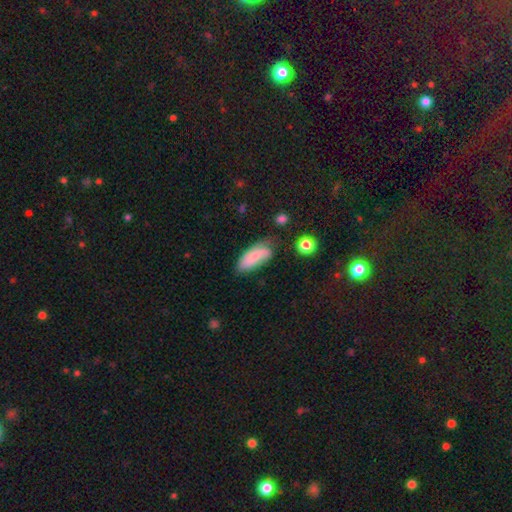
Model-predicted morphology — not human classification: Smooth or featured? Predicted: smooth (p=0.61). How rounded? Predicted: in between (p=0.82). Merging? Predicted: none (p=0.48).